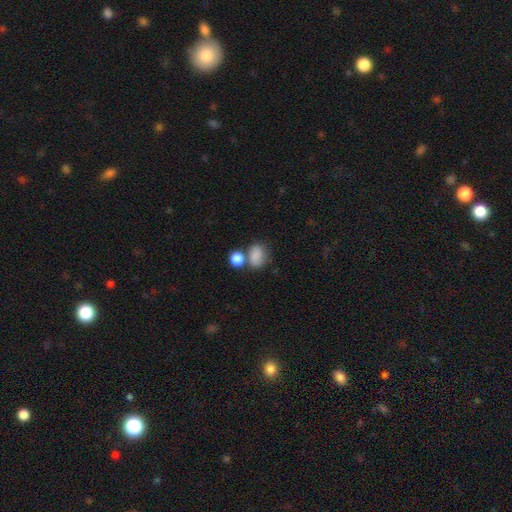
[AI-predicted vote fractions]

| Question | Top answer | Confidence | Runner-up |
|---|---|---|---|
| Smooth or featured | smooth | 83% | star or artifact (9%) |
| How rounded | in between | 65% | round (34%) |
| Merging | none | 44% | merger (33%) |